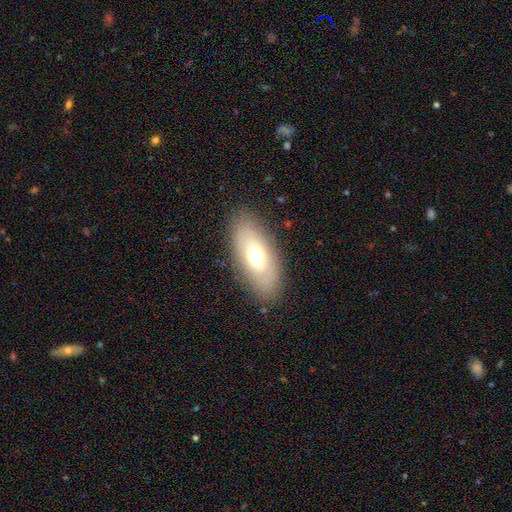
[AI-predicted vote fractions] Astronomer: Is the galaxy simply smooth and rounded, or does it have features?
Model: smooth — 59%.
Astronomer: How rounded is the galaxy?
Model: in between — 85%.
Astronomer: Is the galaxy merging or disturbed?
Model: none — 85%.